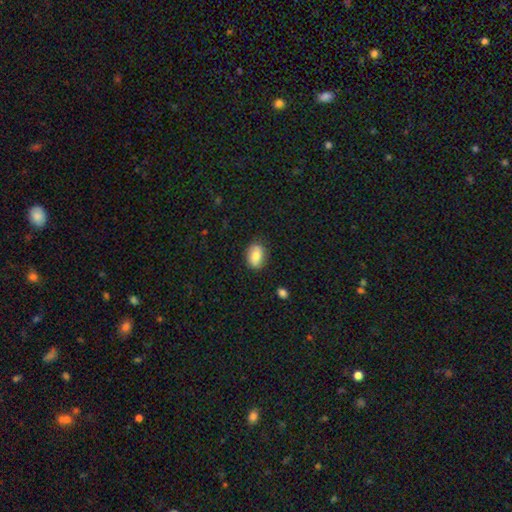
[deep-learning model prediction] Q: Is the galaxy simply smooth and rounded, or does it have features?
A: smooth — 78%.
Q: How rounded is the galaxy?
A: in between — 79%.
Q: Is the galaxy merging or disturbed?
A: none — 84%.